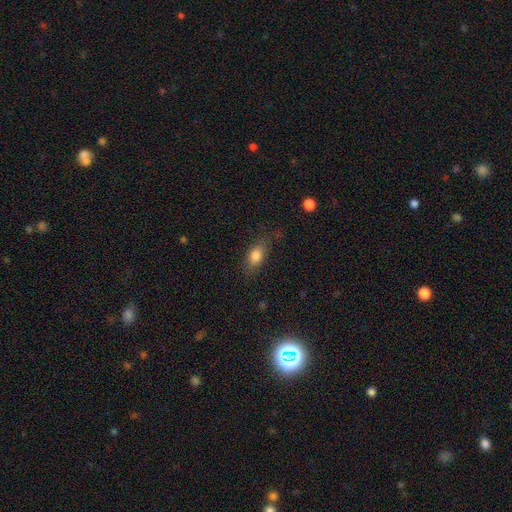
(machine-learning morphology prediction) smooth-or-featured: smooth: 79% | featured or disk: 12% | star or artifact: 9%
  how-rounded: in between: 81% | round: 10% | cigar-shaped: 10%
  merging: none: 69% | minor disturbance: 21% | major disturbance: 8% | merger: 2%